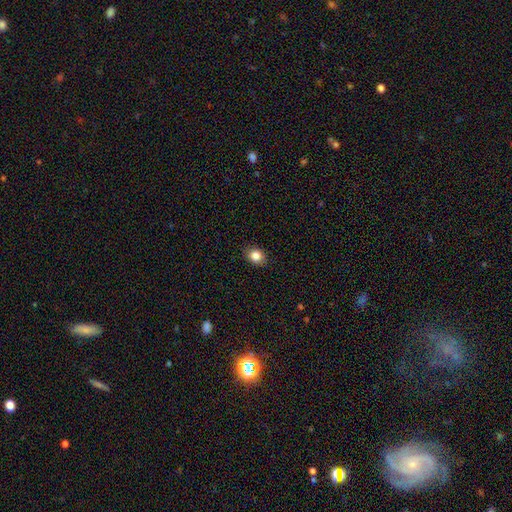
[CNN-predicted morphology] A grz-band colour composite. It shows a smooth galaxy with no disk features (84%) that is round (55%). Merging: none (88%).